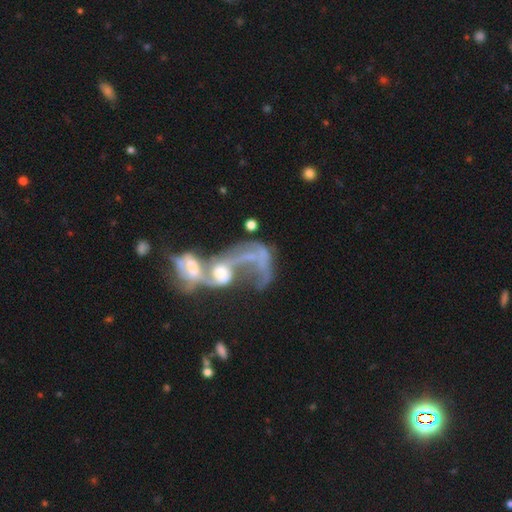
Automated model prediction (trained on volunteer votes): featured or disk 69%, smooth 20%, star or artifact 12%. Down the decision tree: edge-on disk — no (95%); bar — no (68%); spiral arms — yes (60%); bulge size — moderate (39%); merging — merger (72%).